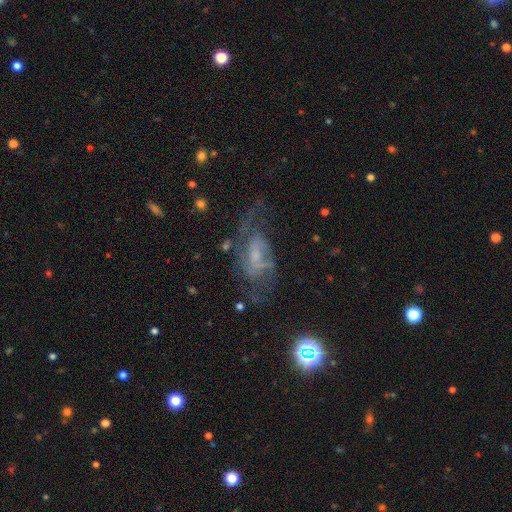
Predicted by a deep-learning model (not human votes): This appears to be a featured or disk galaxy (66%) with no bar (57%), spiral arms (71%) and a small central bulge (51%). Merging: none (46%).